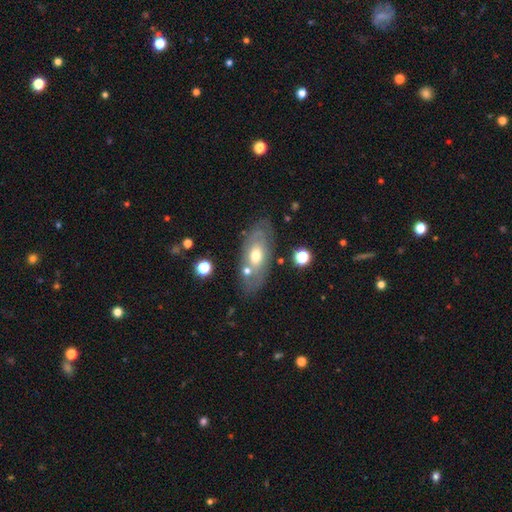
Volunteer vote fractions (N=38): smooth-or-featured: smooth: 47% (tied) | featured or disk: 47% (tied) | star or artifact: 5%
  how-rounded: in between: 78% | round: 11% | cigar-shaped: 11%
  merging: none: 69% | minor disturbance: 14% | major disturbance: 14% | merger: 3%